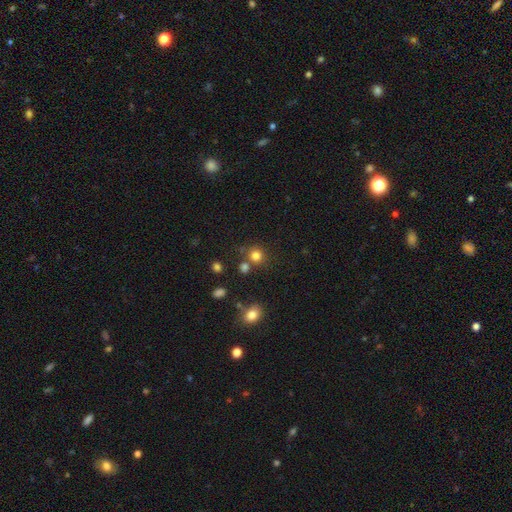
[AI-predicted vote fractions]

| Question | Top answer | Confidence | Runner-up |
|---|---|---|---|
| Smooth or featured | smooth | 80% | star or artifact (15%) |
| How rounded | round | 89% | in between (10%) |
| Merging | none | 73% | merger (15%) |